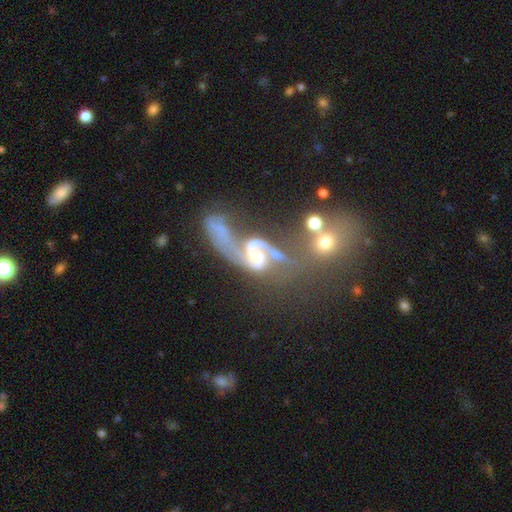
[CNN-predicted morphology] A featured or disk galaxy (82%) with no bar (47%), 2 (80%) loose (53%) spiral arms (91%) and a moderate central bulge (45%). Merging: merger (40%).